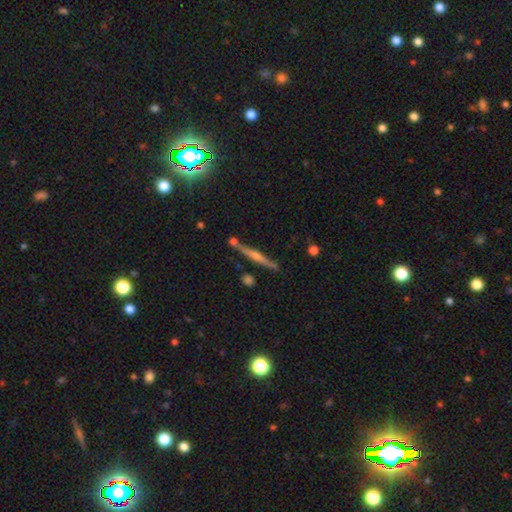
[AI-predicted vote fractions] smooth_or_featured: featured or disk (p=0.70) [alt: smooth p=0.18]
disk_edge_on: yes (p=0.97) [alt: no p=0.03]
edge_on_bulge: rounded (p=0.78) [alt: none p=0.13]
merging: none (p=0.85) [alt: minor disturbance p=0.09]